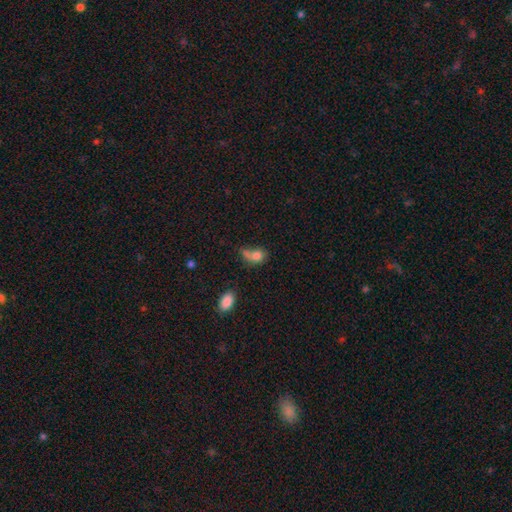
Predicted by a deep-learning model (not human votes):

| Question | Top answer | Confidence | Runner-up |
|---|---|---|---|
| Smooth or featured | smooth | 77% | featured or disk (12%) |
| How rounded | in between | 63% | round (34%) |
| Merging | merger | 33% | none (29%) |